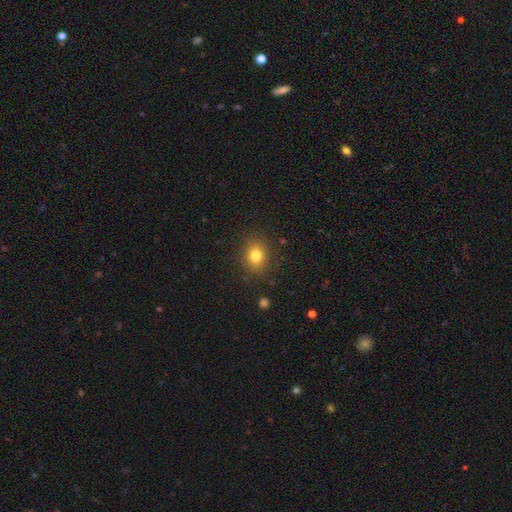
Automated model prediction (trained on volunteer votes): Smooth or featured: smooth — 79% (star or artifact — 13%)
How rounded: round — 61% (in between — 38%)
Merging: none — 87% (minor disturbance — 9%)